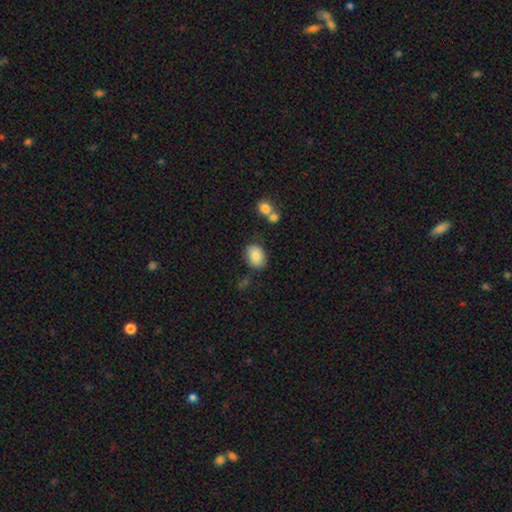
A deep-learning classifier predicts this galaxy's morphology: Smooth or featured? Predicted: smooth (p=0.82). How rounded? Predicted: in between (p=0.72). Merging? Predicted: none (p=0.73).